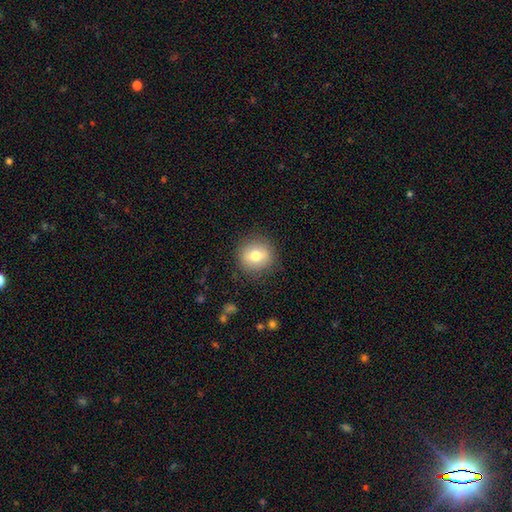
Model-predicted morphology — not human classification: Smooth or featured? smooth (73%)
How rounded? round (87%)
Merging? none (87%)